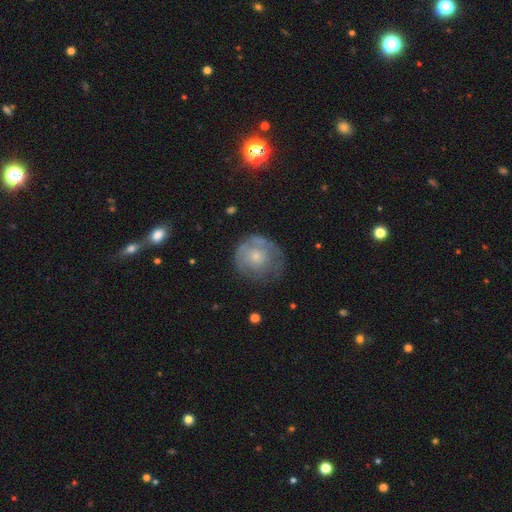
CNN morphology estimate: This appears to be a smooth galaxy with no disk features (49%). Merging: none (56%).